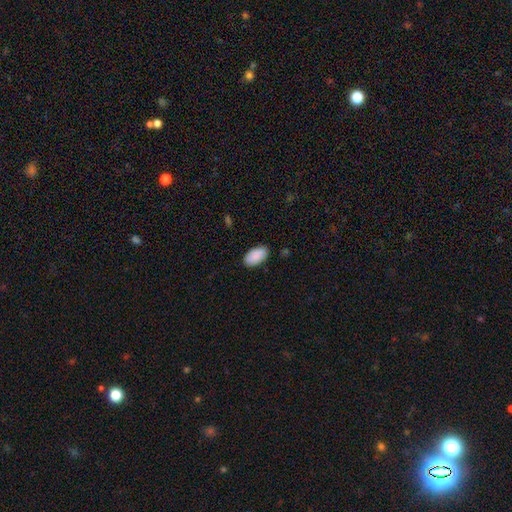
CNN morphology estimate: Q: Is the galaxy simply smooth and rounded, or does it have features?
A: smooth — 90%.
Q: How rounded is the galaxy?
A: in between — 95%.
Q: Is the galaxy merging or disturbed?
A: none — 87%.